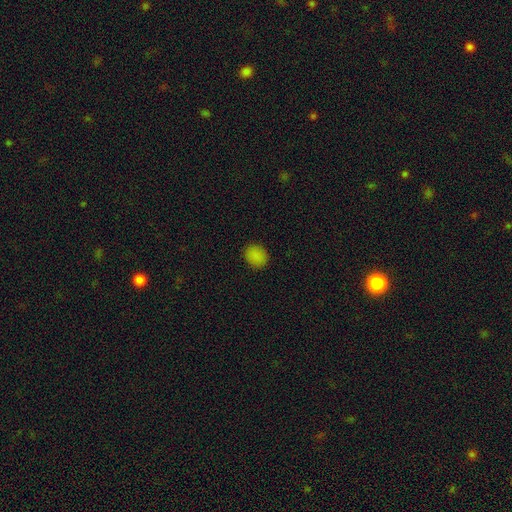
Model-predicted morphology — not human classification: The model was most divided on "how rounded": round: 62%, in between: 37%, cigar-shaped: 1%. More confident: merging — none (89%); smooth or featured — smooth (84%).